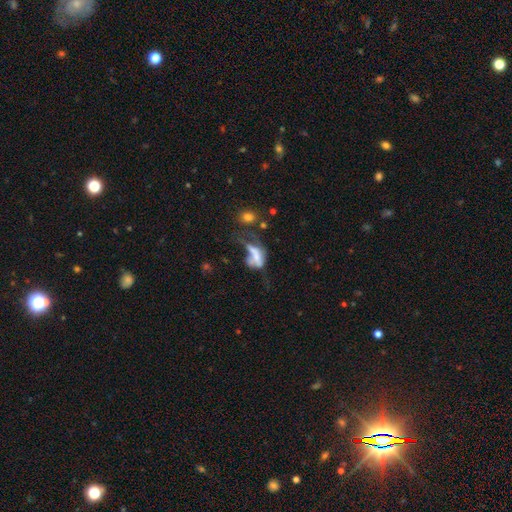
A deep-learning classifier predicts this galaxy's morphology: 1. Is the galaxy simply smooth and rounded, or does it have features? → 45% smooth, 40% featured or disk, 14% star or artifact.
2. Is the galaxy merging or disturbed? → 37% major disturbance, 34% merger, 16% none, 13% minor disturbance.